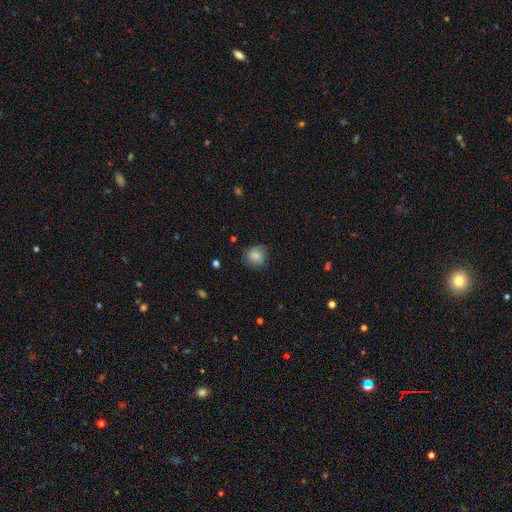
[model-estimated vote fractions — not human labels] Smooth or featured: smooth — 82% (featured or disk — 9%)
How rounded: round — 87% (in between — 12%)
Merging: none — 76% (minor disturbance — 18%)